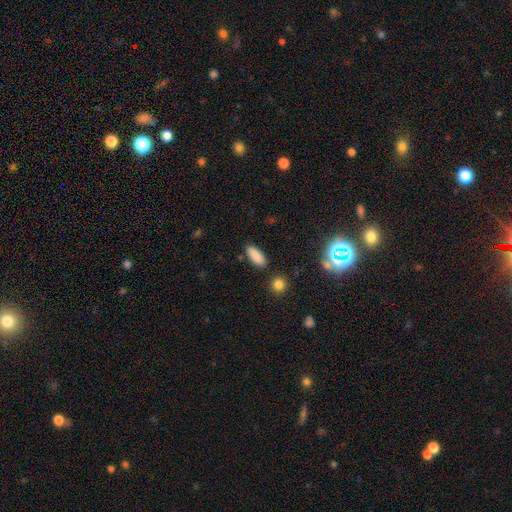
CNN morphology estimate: smooth 86%, star or artifact 9%, featured or disk 5%. Down the decision tree: how rounded — in between (79%); merging — none (85%).